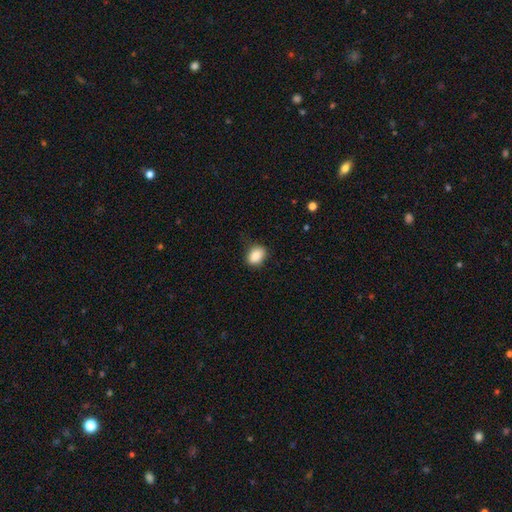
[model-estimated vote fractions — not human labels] Overall: smooth (88%). How rounded: in between (72%). Merging: none (78%).